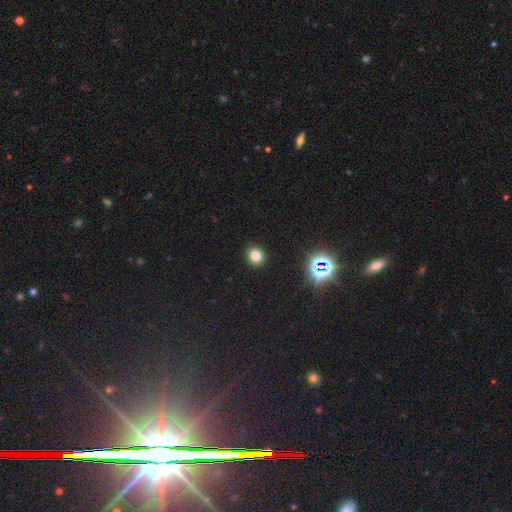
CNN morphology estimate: Overall: smooth (77%). How rounded: round (75%). Merging: none (90%).